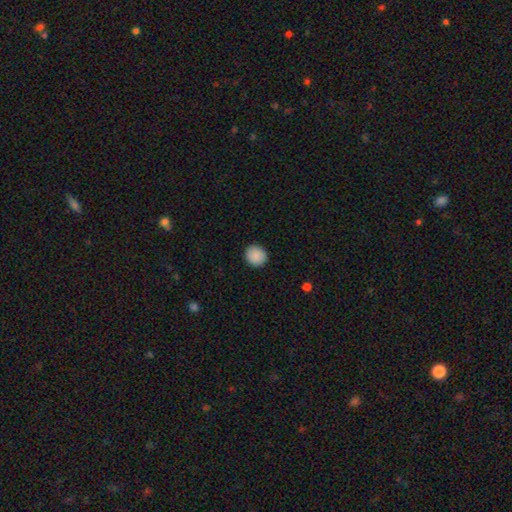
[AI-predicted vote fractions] smooth 89%, star or artifact 8%, featured or disk 3%. Down the decision tree: how rounded — round (87%); merging — none (91%).